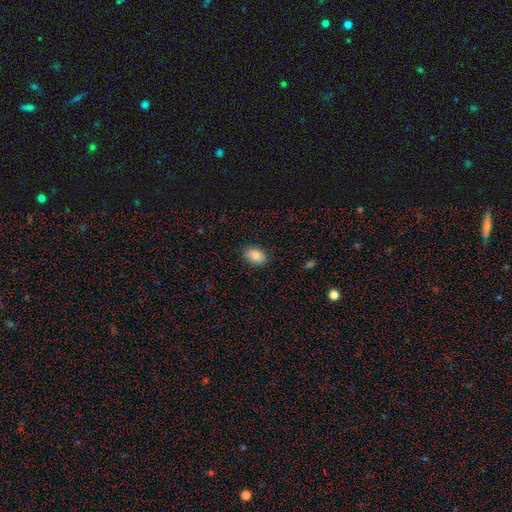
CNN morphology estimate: A smooth galaxy with no disk features (86%) that is in between round and cigar-shaped (86%).

Vote fractions:
- Smooth or featured? smooth: 86% / star or artifact: 7% / featured or disk: 6%
- How rounded? in between: 86% / round: 12% / cigar-shaped: 1%
- Merging? none: 87% / minor disturbance: 10% / major disturbance: 2% / merger: 1%